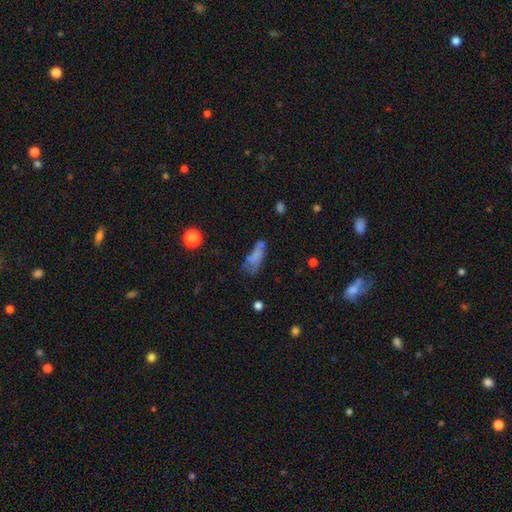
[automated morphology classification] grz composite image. It shows a smooth galaxy with no disk features (60%) that is in between round and cigar-shaped (66%). Merging: none (34%).